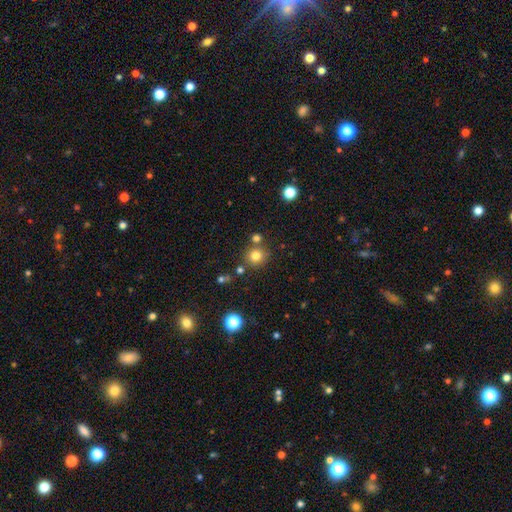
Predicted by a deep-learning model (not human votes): The model was most divided on "smooth or featured": smooth: 79%, star or artifact: 14%, featured or disk: 7%. More confident: how rounded — round (89%); merging — none (77%).